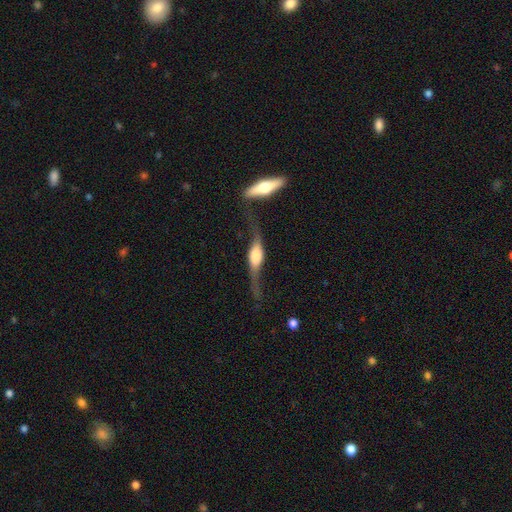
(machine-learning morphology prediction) This appears to be a featured or disk galaxy (75%) viewed edge-on (73%) with a rounded central bulge (73%). Merging: none (47%).